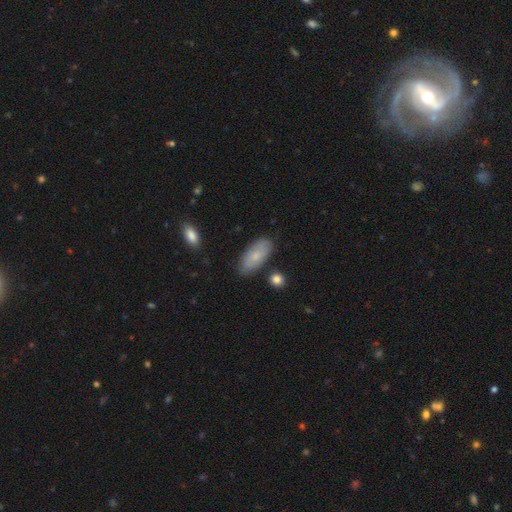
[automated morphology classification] Smooth or featured: smooth — 76% (featured or disk — 18%)
How rounded: in between — 89% (cigar-shaped — 9%)
Merging: none — 80% (minor disturbance — 14%)